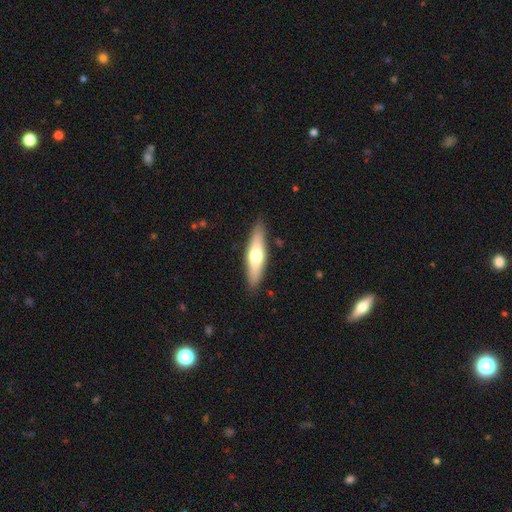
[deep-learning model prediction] Overall: smooth (55%; featured or disk 40%). How rounded: cigar-shaped (70%). Merging: none (88%).